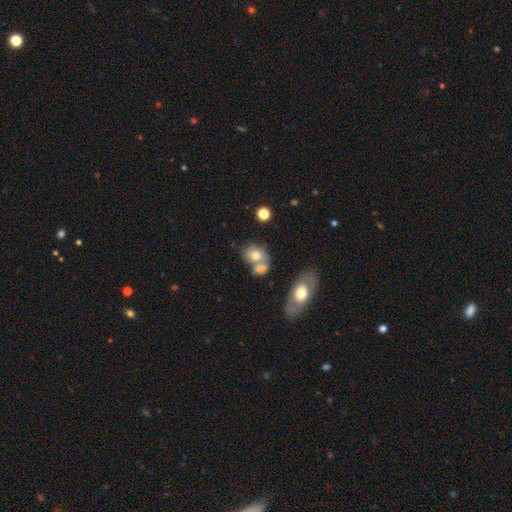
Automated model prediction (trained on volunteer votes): Overall: smooth (72%). How rounded: in between (59%; round 39%). Merging: merger (46%; none 35%).